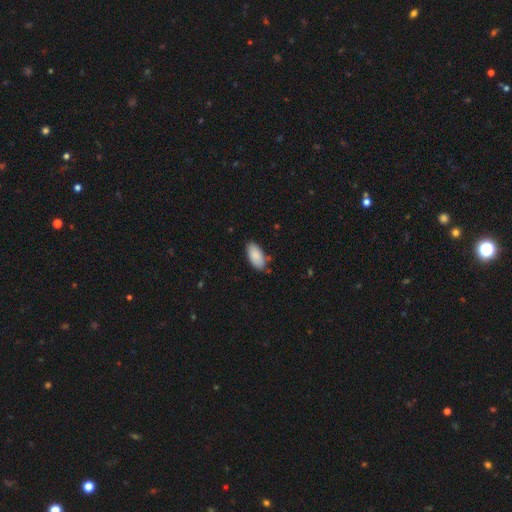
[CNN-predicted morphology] Q: Smooth or featured?
A: smooth (88%); runner-up: star or artifact (6%)
Q: How rounded?
A: in between (92%); runner-up: cigar-shaped (6%)
Q: Merging?
A: none (78%); runner-up: minor disturbance (17%)